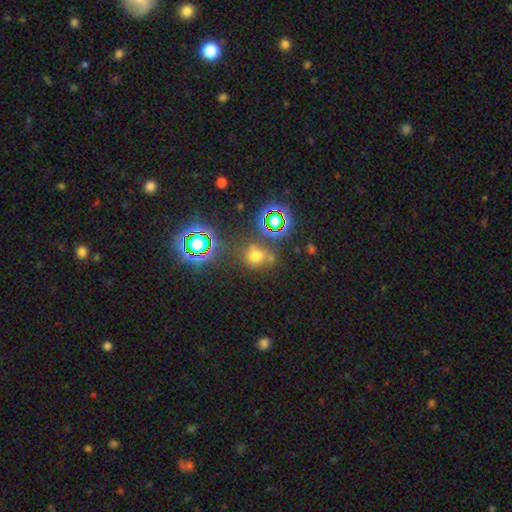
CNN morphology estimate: Smooth or featured? smooth (55%)
How rounded? round (69%)
Merging? none (63%)